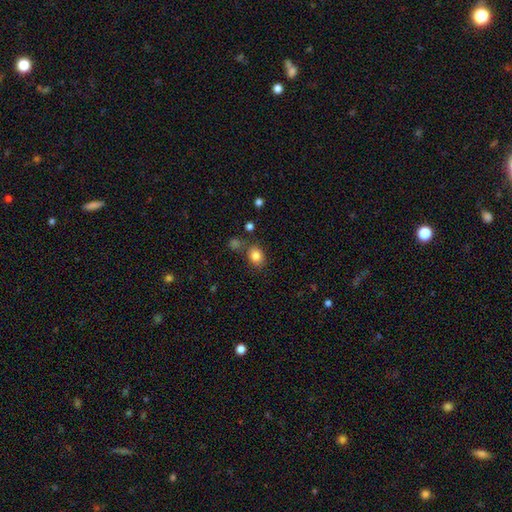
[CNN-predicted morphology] Overall: smooth (84%). How rounded: in between (56%; round 43%). Merging: none (72%).